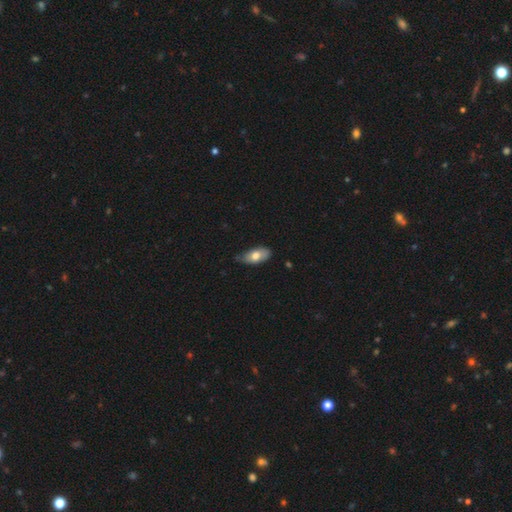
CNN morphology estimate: Overall: smooth (70%). How rounded: in between (90%). Merging: none (60%; minor disturbance 34%).